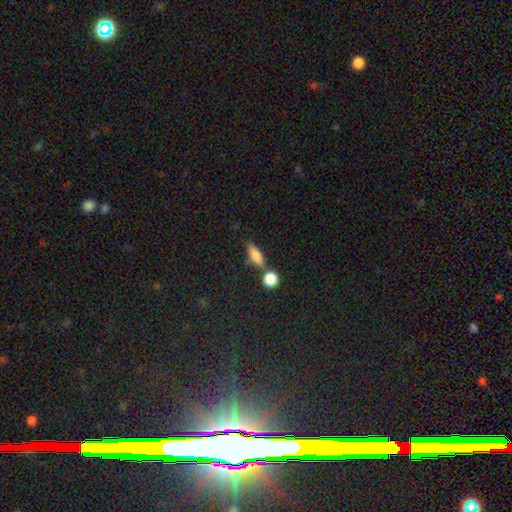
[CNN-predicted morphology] The model was most divided on "how rounded": in between: 58%, cigar-shaped: 34%, round: 8%. More confident: smooth or featured — smooth (77%); merging — none (60%).